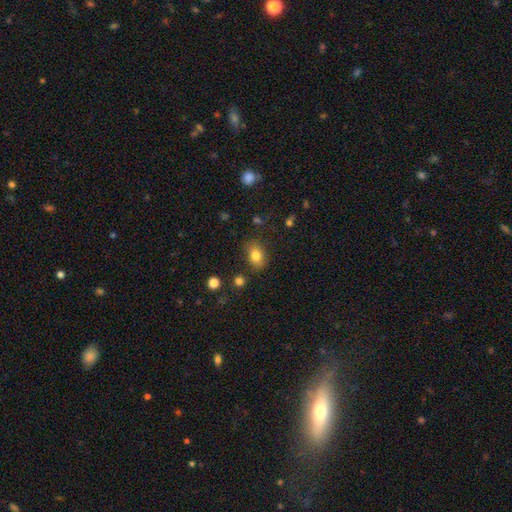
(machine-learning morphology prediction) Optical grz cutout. It shows a smooth galaxy with no disk features (81%) that is in between round and cigar-shaped (75%). Merging: none (79%).